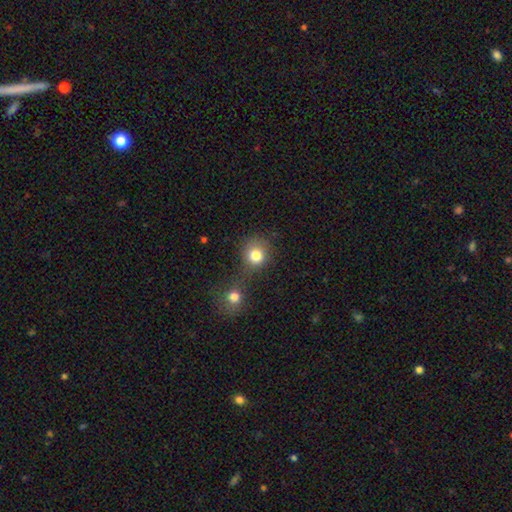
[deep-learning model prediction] Smooth or featured? Predicted: smooth (p=0.80). How rounded? Predicted: round (p=0.86). Merging? Predicted: none (p=0.52).